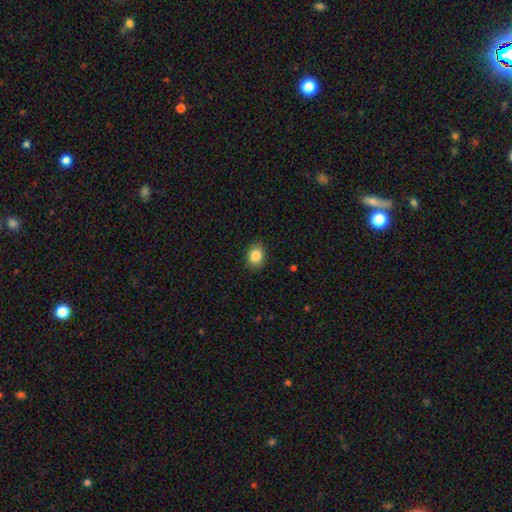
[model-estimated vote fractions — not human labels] Q: Smooth or featured?
A: smooth (85%); runner-up: star or artifact (9%)
Q: How rounded?
A: in between (51%); runner-up: round (48%)
Q: Merging?
A: none (86%); runner-up: minor disturbance (10%)